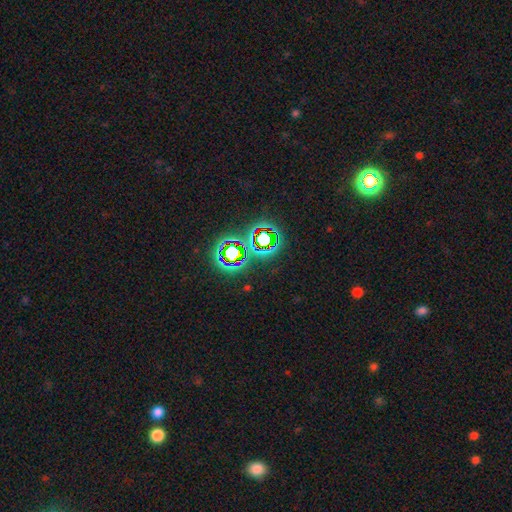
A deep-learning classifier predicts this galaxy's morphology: Smooth or featured? Predicted: star or artifact (p=0.67).